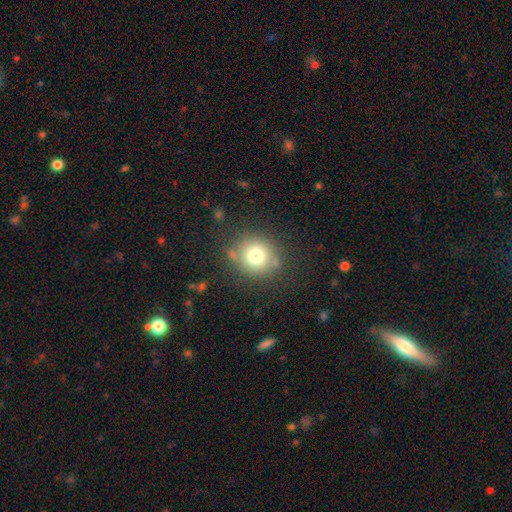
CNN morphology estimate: smooth_or_featured: smooth (p=0.75) [alt: star or artifact p=0.13]
how_rounded: round (p=0.88) [alt: in between p=0.12]
merging: none (p=0.79) [alt: minor disturbance p=0.12]